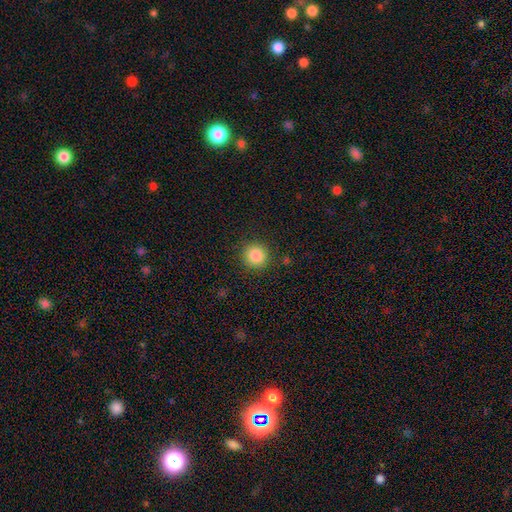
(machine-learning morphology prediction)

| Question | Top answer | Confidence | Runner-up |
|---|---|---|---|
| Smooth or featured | smooth | 86% | star or artifact (10%) |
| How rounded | round | 94% | in between (5%) |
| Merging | none | 90% | minor disturbance (7%) |